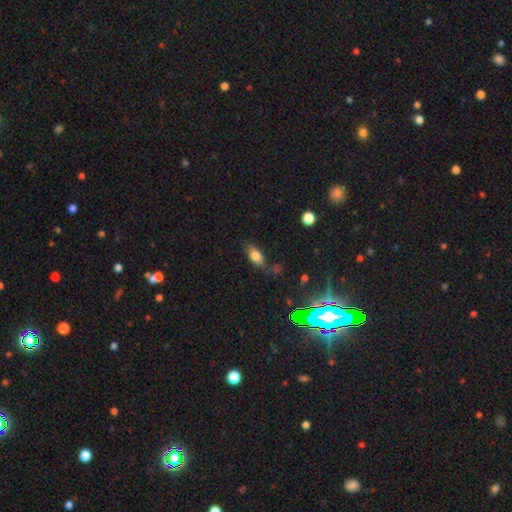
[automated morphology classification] Smooth or featured? Predicted: smooth (p=0.74). How rounded? Predicted: in between (p=0.84). Merging? Predicted: none (p=0.64).